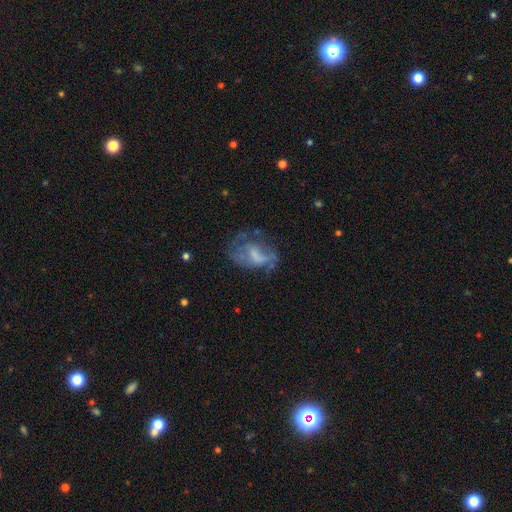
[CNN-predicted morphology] A featured or disk galaxy (57%) with no bar (54%), no spiral arms (57%) and no central bulge (43%). Merging: major disturbance (37%).